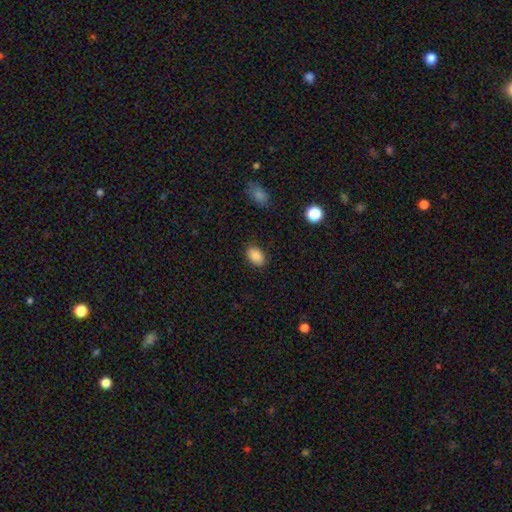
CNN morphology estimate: smooth_or_featured: smooth (p=0.87) [alt: star or artifact p=0.08]
how_rounded: in between (p=0.85) [alt: round p=0.14]
merging: none (p=0.86) [alt: minor disturbance p=0.10]